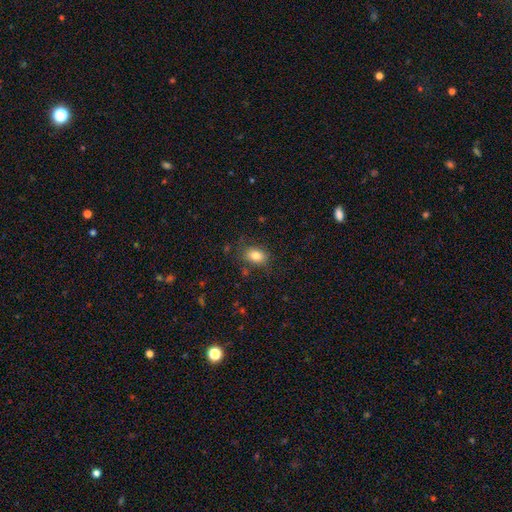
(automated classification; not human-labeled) smooth-or-featured: smooth: 80% | featured or disk: 10% | star or artifact: 10%
  how-rounded: in between: 76% | round: 22% | cigar-shaped: 1%
  merging: none: 78% | minor disturbance: 16% | major disturbance: 5% | merger: 2%